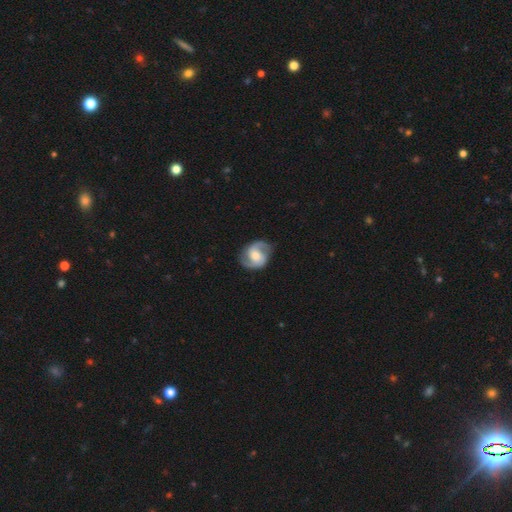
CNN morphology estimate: smooth_or_featured: featured or disk (p=0.84) [alt: smooth p=0.11]
disk_edge_on: no (p=0.98) [alt: yes p=0.02]
bar: no (p=0.44) [alt: weak p=0.41]
has_spiral_arms: yes (p=0.96) [alt: no p=0.04]
spiral_winding: medium (p=0.54) [alt: tight p=0.25]
spiral_arm_count: 2 (p=0.92) [alt: can't tell p=0.03]
bulge_size: moderate (p=0.57) [alt: small p=0.32]
merging: none (p=0.82) [alt: minor disturbance p=0.13]